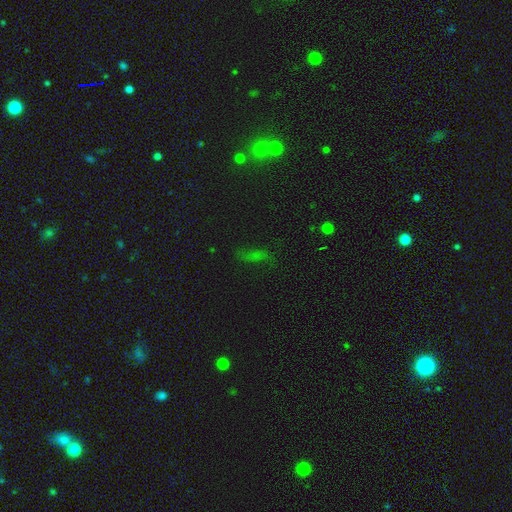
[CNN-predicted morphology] Smooth or featured? Predicted: smooth (p=0.49). Merging? Predicted: none (p=0.66).